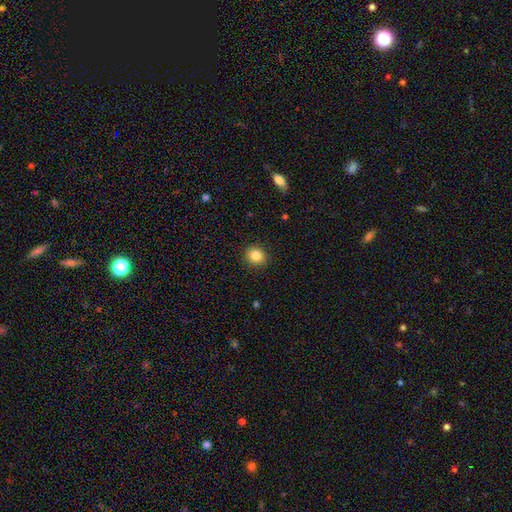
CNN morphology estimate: smooth 84%, star or artifact 10%, featured or disk 5%. Down the decision tree: how rounded — round (81%); merging — none (91%).